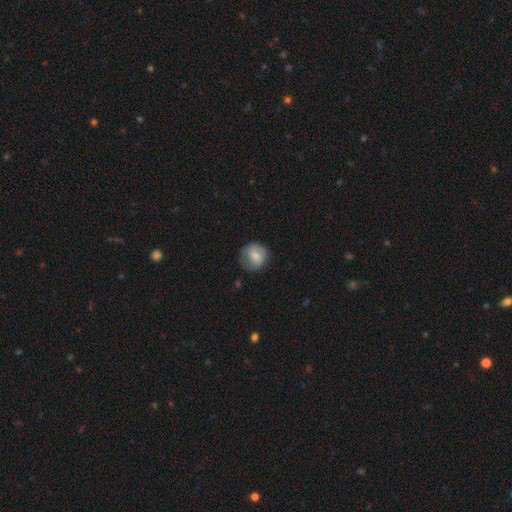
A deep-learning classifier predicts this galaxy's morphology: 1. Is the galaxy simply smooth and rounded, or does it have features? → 71% smooth, 22% featured or disk, 7% star or artifact.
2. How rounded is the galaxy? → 83% round, 16% in between, 1% cigar-shaped.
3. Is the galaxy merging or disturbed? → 69% none, 21% minor disturbance, 8% major disturbance, 1% merger.